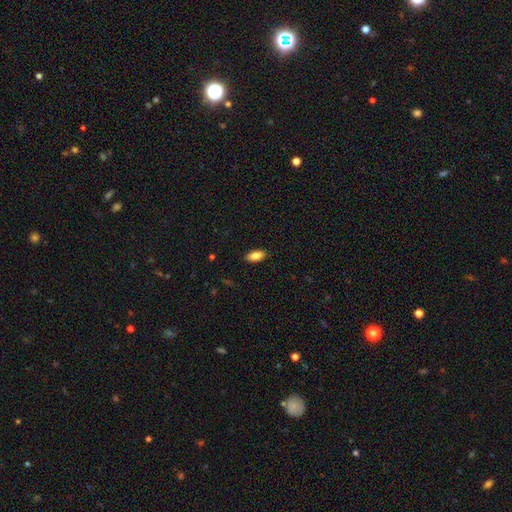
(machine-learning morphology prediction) Smooth or featured? smooth (85%)
How rounded? in between (90%)
Merging? none (89%)